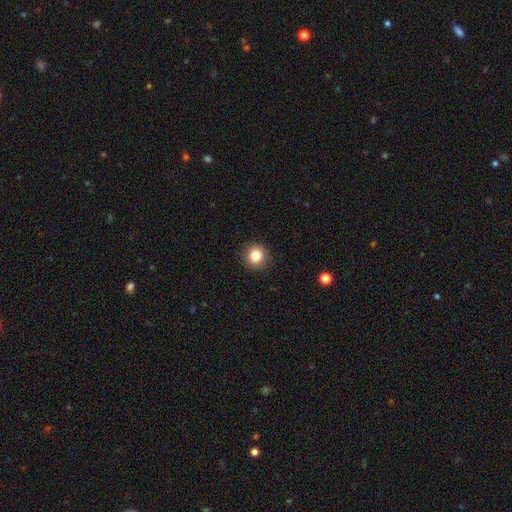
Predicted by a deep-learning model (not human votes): smooth 83%, star or artifact 11%, featured or disk 6%. Down the decision tree: how rounded — round (91%); merging — none (91%).